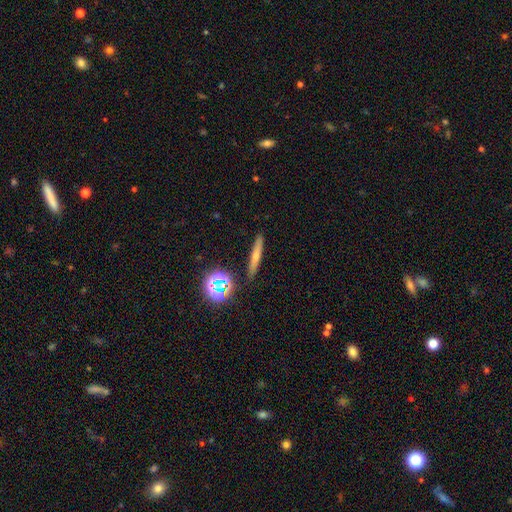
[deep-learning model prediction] Smooth or featured: smooth — 59% (featured or disk — 27%)
How rounded: cigar-shaped — 89% (in between — 6%)
Merging: none — 88% (minor disturbance — 8%)